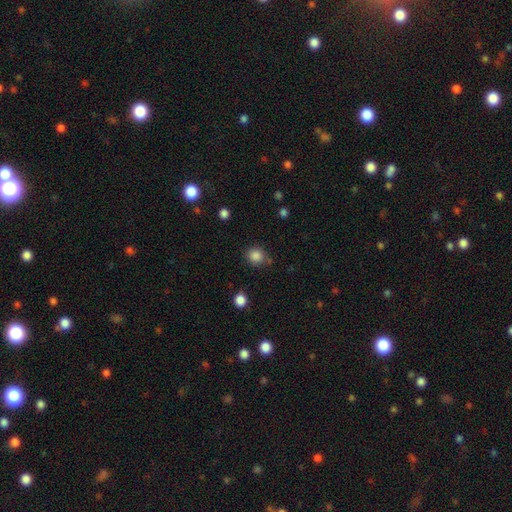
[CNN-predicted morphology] smooth 85%, star or artifact 11%, featured or disk 4%. Down the decision tree: how rounded — round (85%); merging — none (79%).